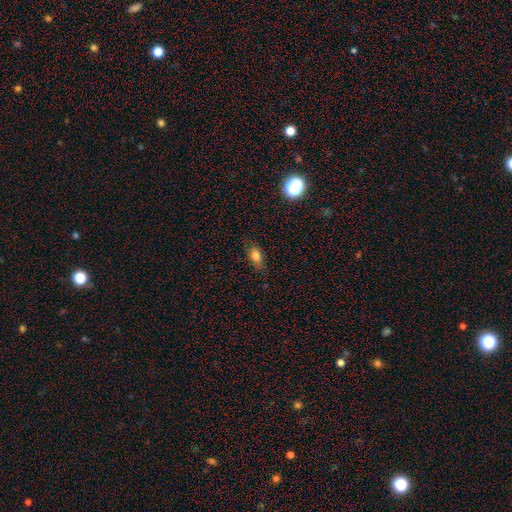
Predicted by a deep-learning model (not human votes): Smooth or featured? smooth (78%)
How rounded? in between (79%)
Merging? none (74%)